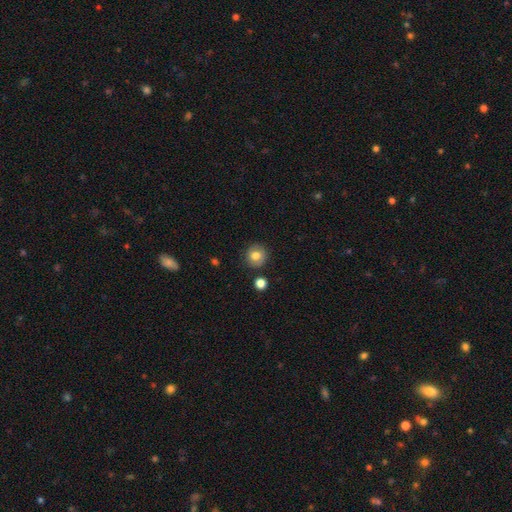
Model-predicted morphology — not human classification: smooth-or-featured: smooth: 76% | featured or disk: 14% | star or artifact: 10%
  how-rounded: round: 90% | in between: 9% | cigar-shaped: 1%
  merging: none: 87% | minor disturbance: 8% | merger: 3% | major disturbance: 2%